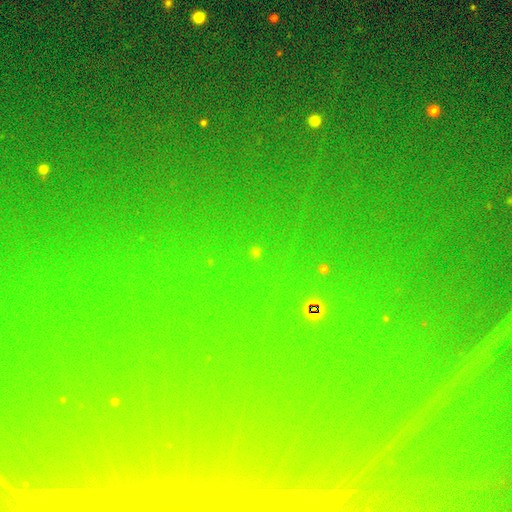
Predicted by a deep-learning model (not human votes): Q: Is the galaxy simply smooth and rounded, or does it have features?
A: star or artifact — 82%.